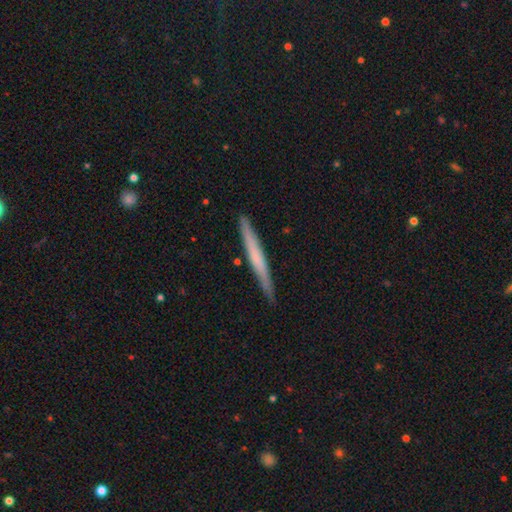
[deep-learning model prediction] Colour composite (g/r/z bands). It shows a smooth galaxy with no disk features (52%) that is cigar-shaped (97%). Merging: none (88%).